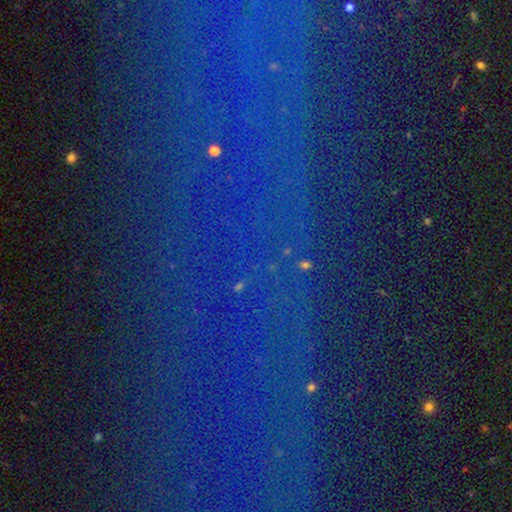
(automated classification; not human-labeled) Overall: star or artifact (83%).